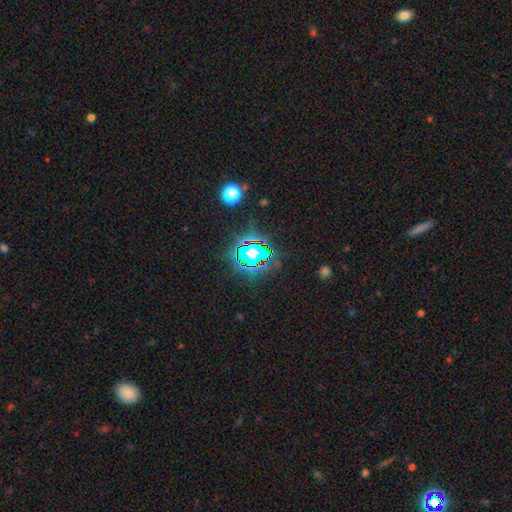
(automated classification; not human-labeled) smooth-or-featured: star or artifact: 79% | smooth: 13% | featured or disk: 8%